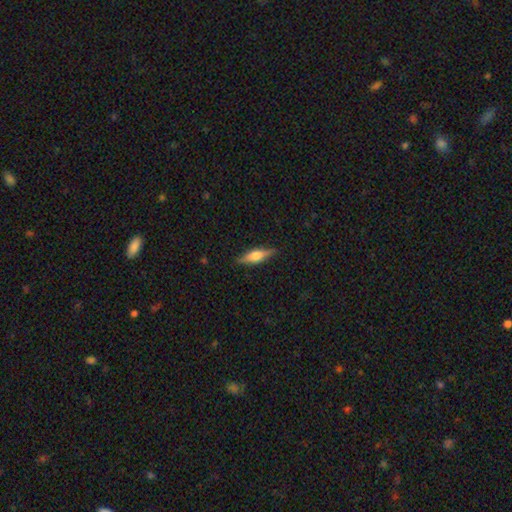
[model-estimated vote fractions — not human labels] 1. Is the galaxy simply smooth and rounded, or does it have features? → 50% featured or disk, 43% smooth, 7% star or artifact.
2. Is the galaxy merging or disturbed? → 87% none, 10% minor disturbance, 2% major disturbance, 1% merger.